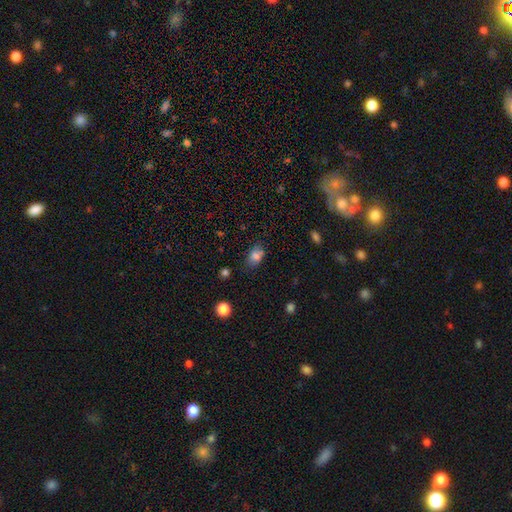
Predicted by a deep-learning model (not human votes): This appears to be a smooth galaxy with no disk features (77%) that is in between round and cigar-shaped (76%). Merging: none (63%).